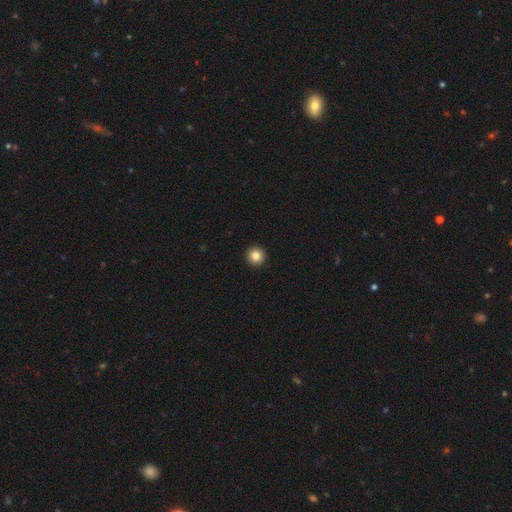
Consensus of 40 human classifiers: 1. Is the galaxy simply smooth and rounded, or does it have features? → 85% smooth, 10% star or artifact, 5% featured or disk.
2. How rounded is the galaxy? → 100% round, 0% in between, 0% cigar-shaped.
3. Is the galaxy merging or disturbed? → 92% none, 6% minor disturbance, 3% major disturbance, 0% merger.